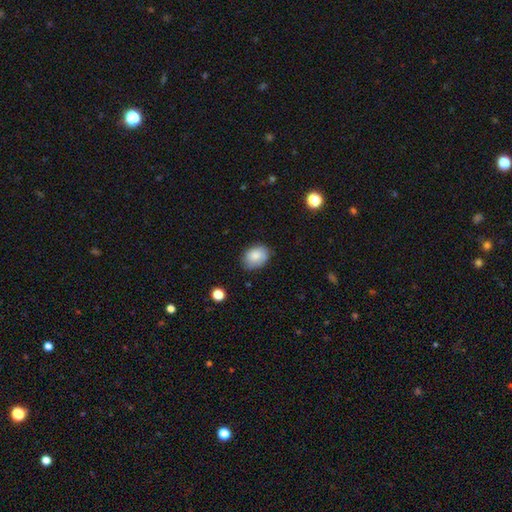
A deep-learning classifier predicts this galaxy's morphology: Overall: smooth (83%). How rounded: in between (64%; round 35%). Merging: none (76%).